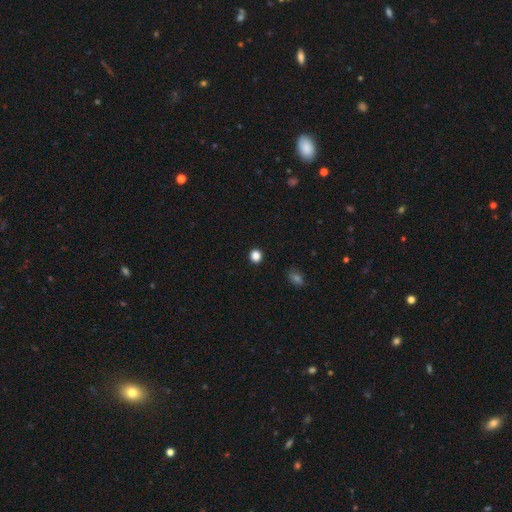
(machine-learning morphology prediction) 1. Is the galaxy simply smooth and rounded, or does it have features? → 85% smooth, 12% star or artifact, 3% featured or disk.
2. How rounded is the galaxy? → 87% round, 12% in between, 1% cigar-shaped.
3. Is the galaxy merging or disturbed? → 92% none, 5% minor disturbance, 2% major disturbance, 1% merger.